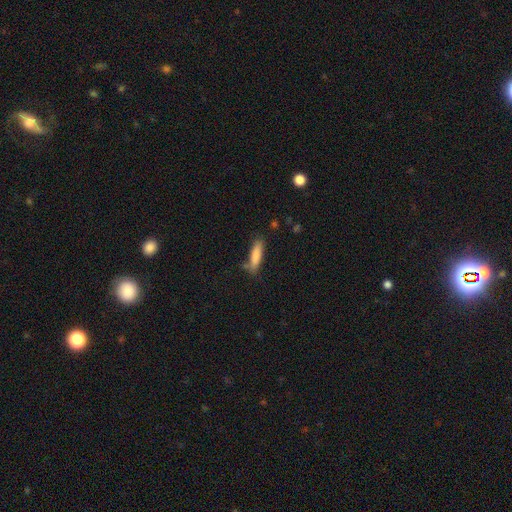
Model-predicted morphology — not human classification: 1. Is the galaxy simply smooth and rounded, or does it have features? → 84% smooth, 10% featured or disk, 6% star or artifact.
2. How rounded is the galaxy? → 68% cigar-shaped, 30% in between, 2% round.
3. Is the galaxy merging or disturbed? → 72% none, 18% minor disturbance, 5% merger, 4% major disturbance.